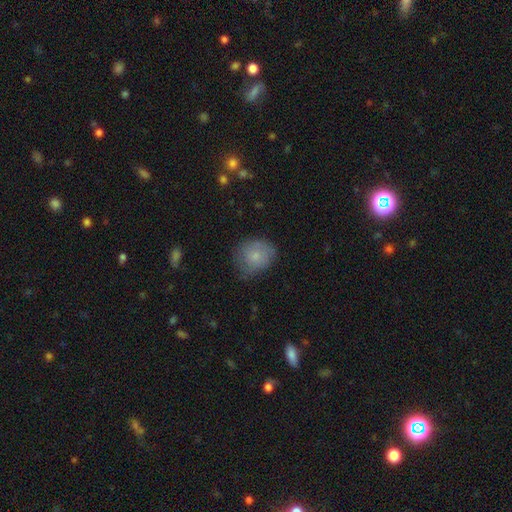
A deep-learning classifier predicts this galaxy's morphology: This is likely a smooth galaxy (74%). How rounded: likely round (68%). Merging: likely none (61%).